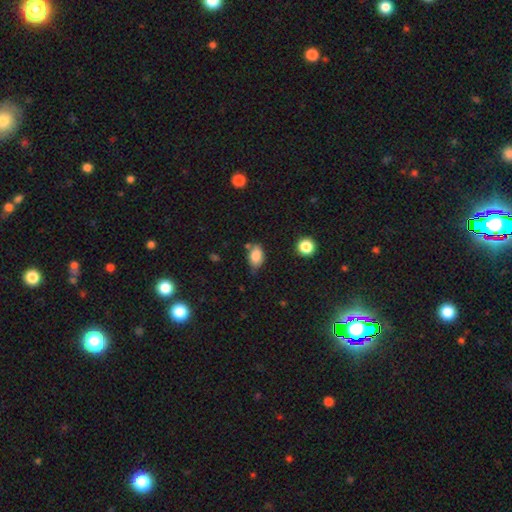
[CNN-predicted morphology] type=smooth (84%); roundness=in between (87%); merging=none (64%).